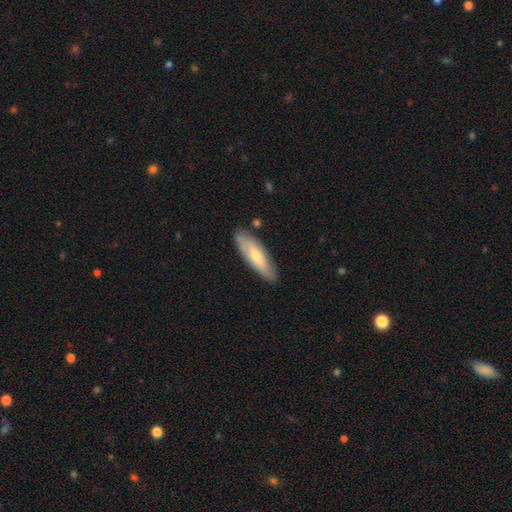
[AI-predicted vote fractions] Smooth or featured? Predicted: smooth (p=0.62). How rounded? Predicted: cigar-shaped (p=0.53). Merging? Predicted: none (p=0.82).